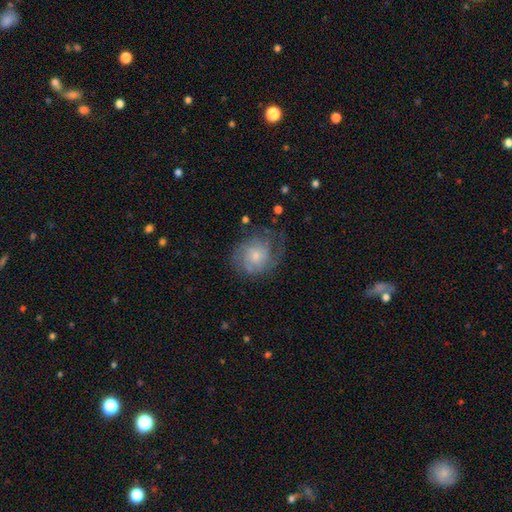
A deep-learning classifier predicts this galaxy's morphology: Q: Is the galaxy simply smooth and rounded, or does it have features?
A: featured or disk — 57%.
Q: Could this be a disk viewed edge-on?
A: no — 97%.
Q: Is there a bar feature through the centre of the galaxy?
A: no — 73%.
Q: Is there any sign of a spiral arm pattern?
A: yes — 81%.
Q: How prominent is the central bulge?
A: moderate — 42%, tied with small.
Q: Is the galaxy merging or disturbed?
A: none — 54%.